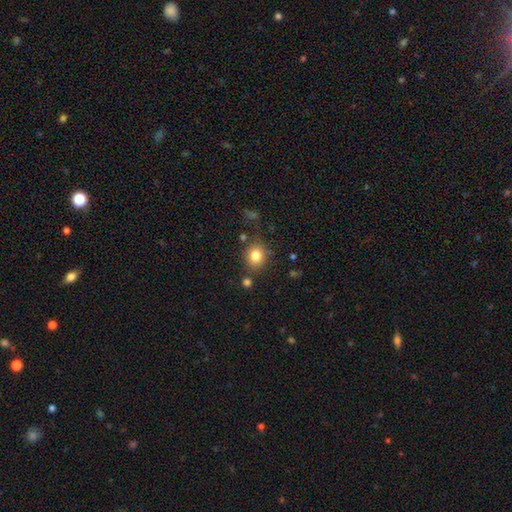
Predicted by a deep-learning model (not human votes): Smooth or featured?
  - smooth: 82% *
  - star or artifact: 11%
  - featured or disk: 7%
How rounded?
  - round: 71% *
  - in between: 28%
  - cigar-shaped: 1%
Merging?
  - none: 79% *
  - minor disturbance: 11%
  - merger: 6%
  - major disturbance: 4%